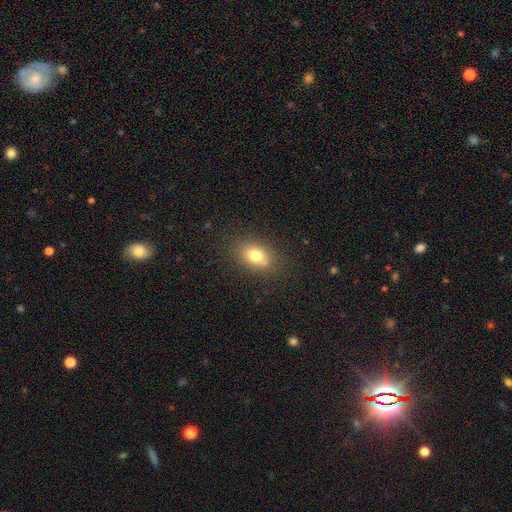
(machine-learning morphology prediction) smooth_or_featured: smooth (p=0.76) [alt: star or artifact p=0.12]
how_rounded: in between (p=0.73) [alt: round p=0.26]
merging: none (p=0.78) [alt: minor disturbance p=0.13]